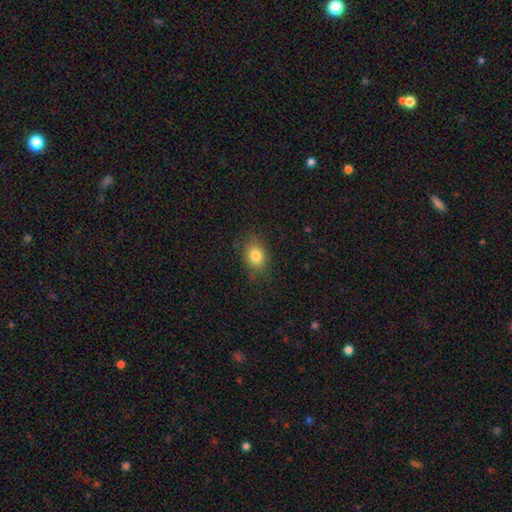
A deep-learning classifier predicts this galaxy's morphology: Q: Smooth or featured?
A: smooth (82%); runner-up: star or artifact (11%)
Q: How rounded?
A: in between (61%); runner-up: round (37%)
Q: Merging?
A: none (81%); runner-up: minor disturbance (14%)